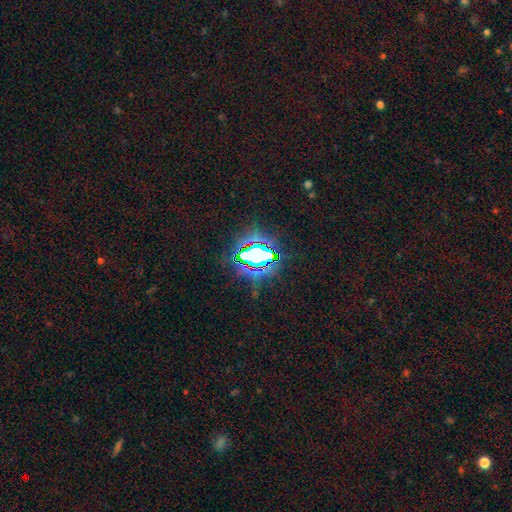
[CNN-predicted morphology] smooth-or-featured: star or artifact: 69% | smooth: 18% | featured or disk: 13%